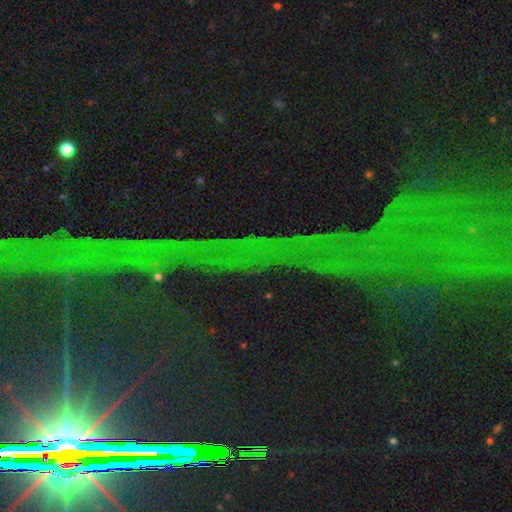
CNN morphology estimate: The model was most divided on "smooth or featured": star or artifact: 83%, featured or disk: 9%, smooth: 8%.